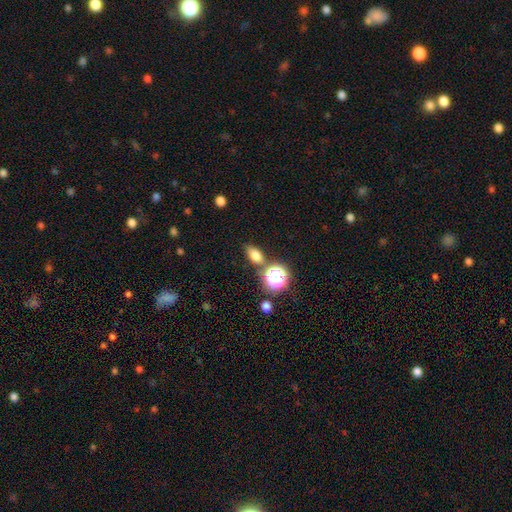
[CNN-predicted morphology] smooth 73%, star or artifact 17%, featured or disk 10%. Down the decision tree: how rounded — in between (76%); merging — none (72%).